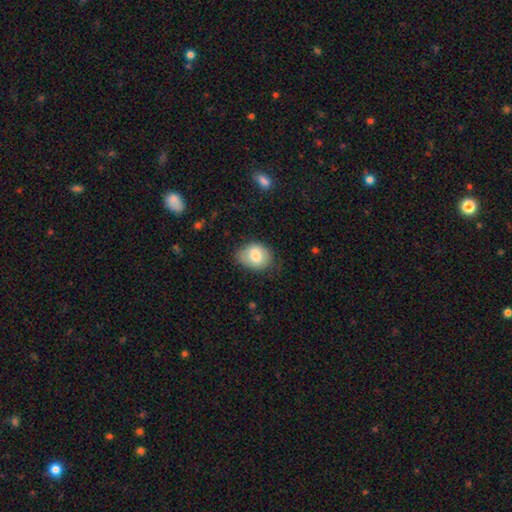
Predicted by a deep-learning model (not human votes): This appears to be a smooth galaxy with no disk features (79%) that is in between round and cigar-shaped (65%). Merging: none (66%).